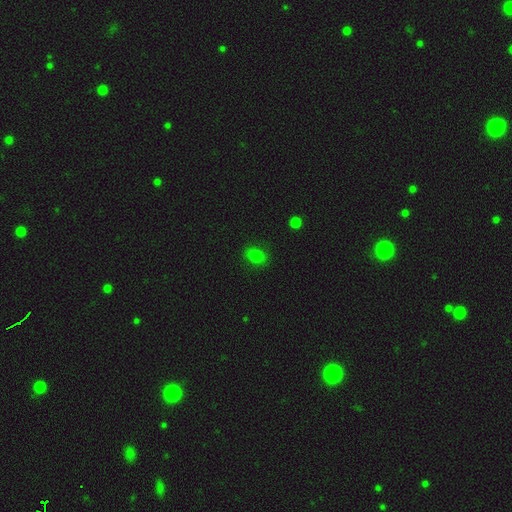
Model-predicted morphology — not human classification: smooth 78%, star or artifact 16%, featured or disk 6%. Down the decision tree: how rounded — round (50%); merging — none (86%).